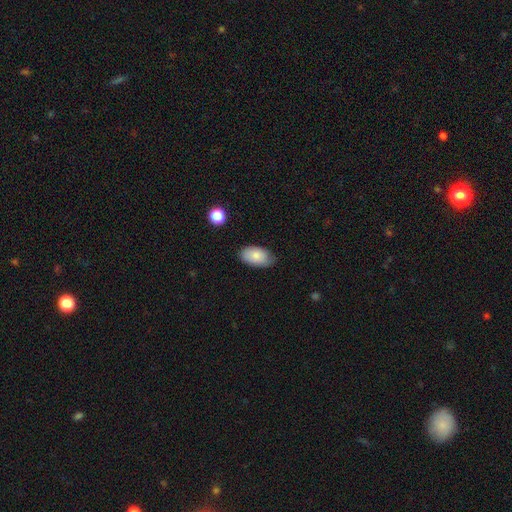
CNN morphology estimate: The model was most divided on "merging": none: 75%, minor disturbance: 21%, major disturbance: 3%, merger: 1%. More confident: how rounded — in between (94%); smooth or featured — smooth (83%).